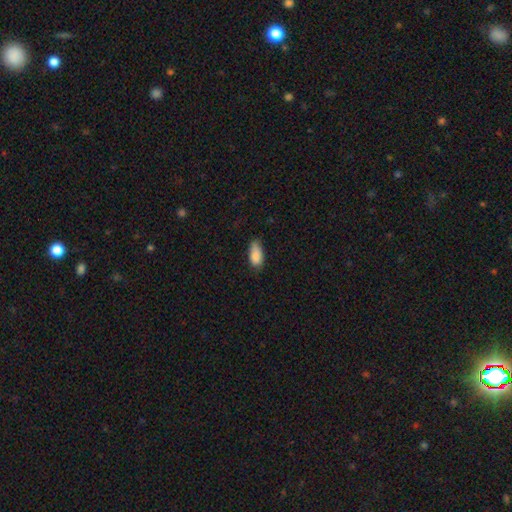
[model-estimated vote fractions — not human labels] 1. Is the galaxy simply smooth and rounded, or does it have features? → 85% smooth, 7% featured or disk, 7% star or artifact.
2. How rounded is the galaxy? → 88% in between, 9% cigar-shaped, 3% round.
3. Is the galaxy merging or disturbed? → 55% none, 36% minor disturbance, 7% major disturbance, 2% merger.